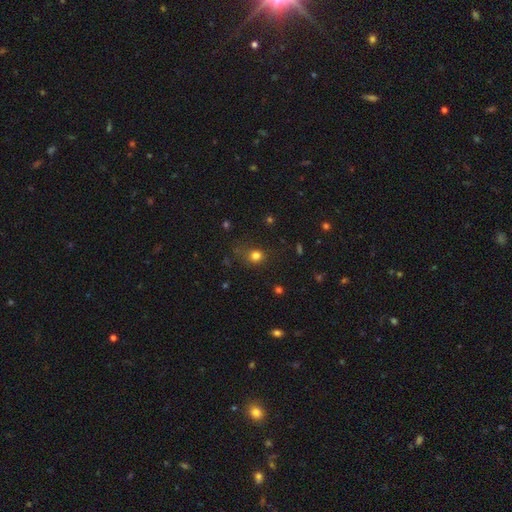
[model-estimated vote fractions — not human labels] Overall: smooth (78%). How rounded: round (77%). Merging: none (74%).